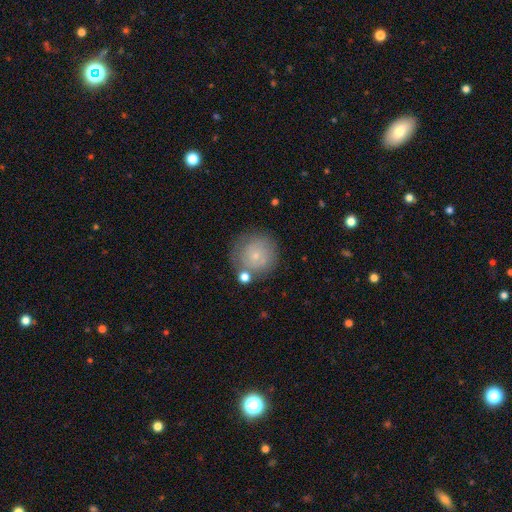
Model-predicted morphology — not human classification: A smooth galaxy with no disk features (68%) that is round (94%). Merging: none (71%).